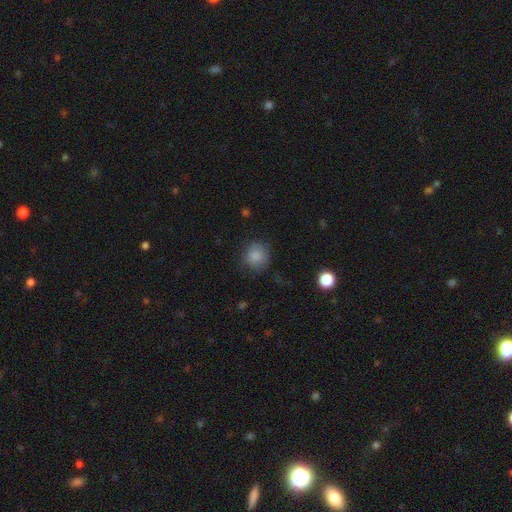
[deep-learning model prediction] smooth_or_featured: smooth (p=0.85) [alt: star or artifact p=0.09]
how_rounded: round (p=0.87) [alt: in between p=0.12]
merging: none (p=0.79) [alt: minor disturbance p=0.15]